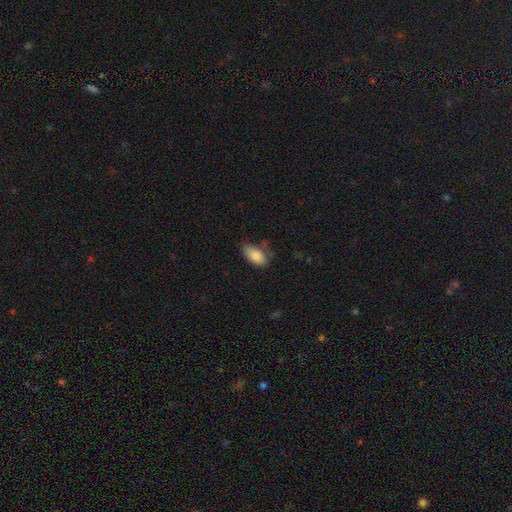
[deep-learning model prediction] Smooth or featured?
  - smooth: 86% *
  - star or artifact: 7%
  - featured or disk: 7%
How rounded?
  - in between: 92% *
  - cigar-shaped: 5%
  - round: 3%
Merging?
  - none: 55% *
  - minor disturbance: 33%
  - major disturbance: 8%
  - merger: 3%